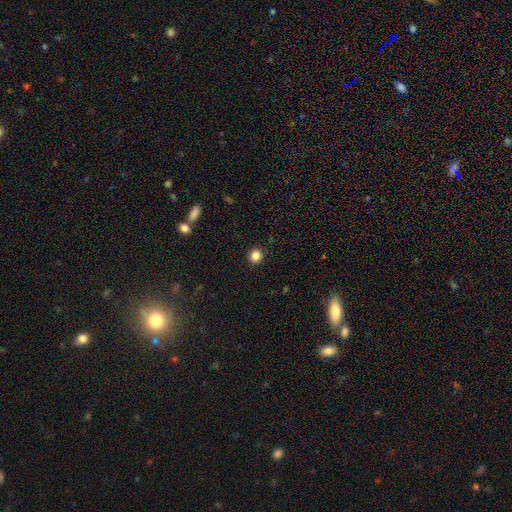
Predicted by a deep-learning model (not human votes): Overall: smooth (84%). How rounded: round (92%). Merging: none (93%).